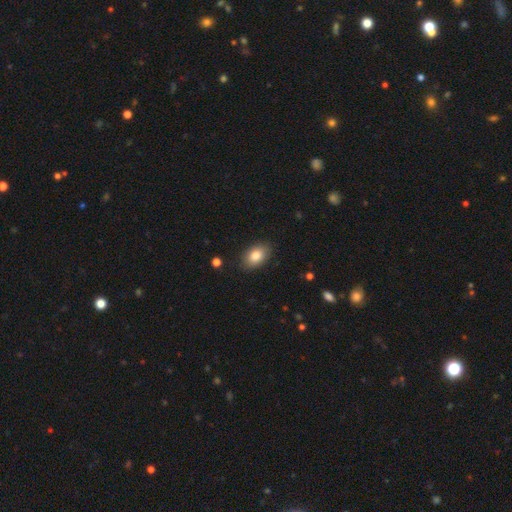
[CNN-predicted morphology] Overall: smooth (84%). How rounded: in between (89%). Merging: none (86%).